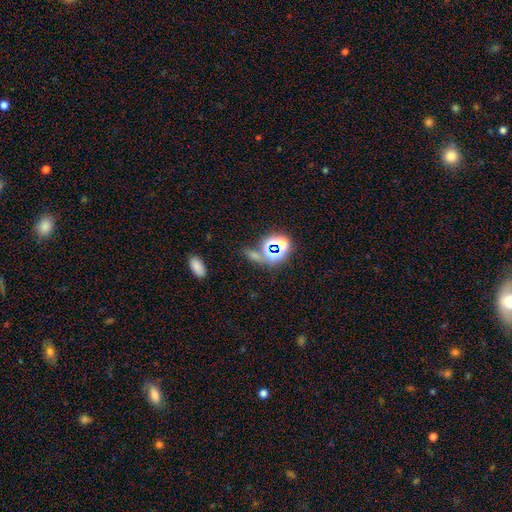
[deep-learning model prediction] This appears to be a star or artifact, not a galaxy (63%).